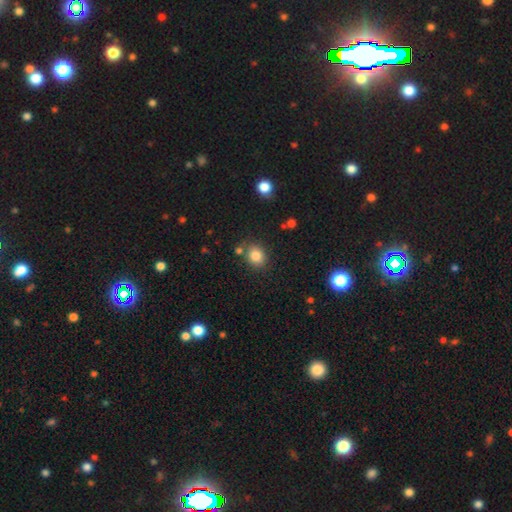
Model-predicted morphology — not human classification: Smooth or featured: smooth — 83% (star or artifact — 11%)
How rounded: round — 64% (in between — 35%)
Merging: none — 78% (minor disturbance — 11%)